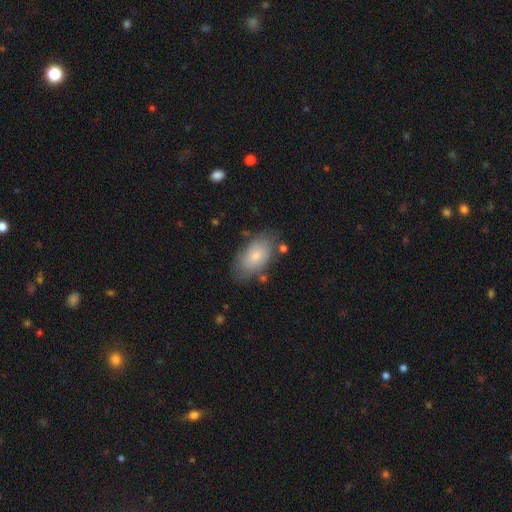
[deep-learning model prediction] This appears to be a smooth galaxy with no disk features (75%) that is in between round and cigar-shaped (93%). Merging: none (70%).